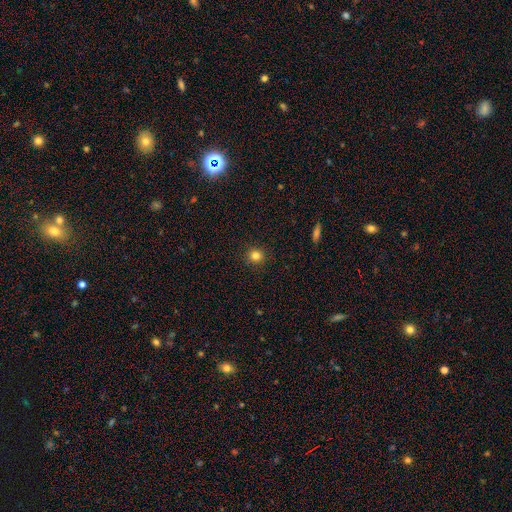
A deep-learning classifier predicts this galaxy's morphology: Smooth or featured: smooth — 82% (star or artifact — 13%)
How rounded: round — 92% (in between — 7%)
Merging: none — 92% (minor disturbance — 5%)